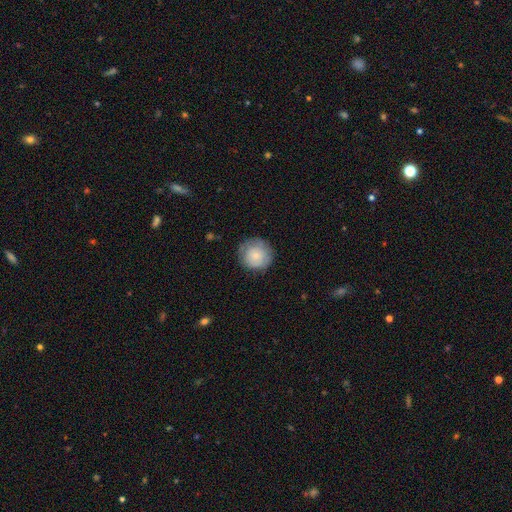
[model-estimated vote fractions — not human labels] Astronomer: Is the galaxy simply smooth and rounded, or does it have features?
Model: smooth — 75%.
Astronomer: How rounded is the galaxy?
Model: round — 94%.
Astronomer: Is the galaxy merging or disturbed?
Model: none — 78%.